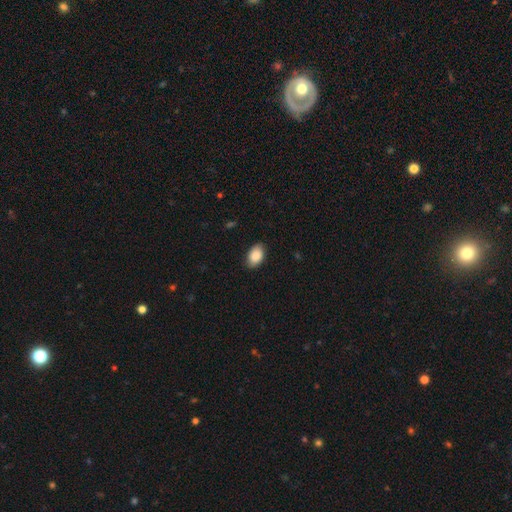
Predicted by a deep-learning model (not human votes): A smooth galaxy with no disk features (89%) that is in between round and cigar-shaped (90%). Merging: none (86%).